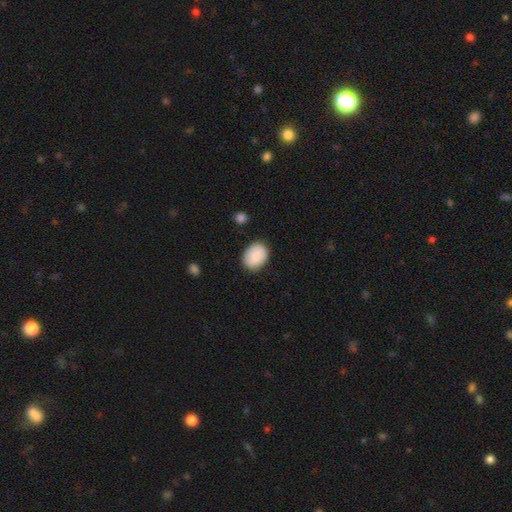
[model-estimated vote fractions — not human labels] Morphology: type=smooth (88%); roundness=in between (66%); merging=none (85%).